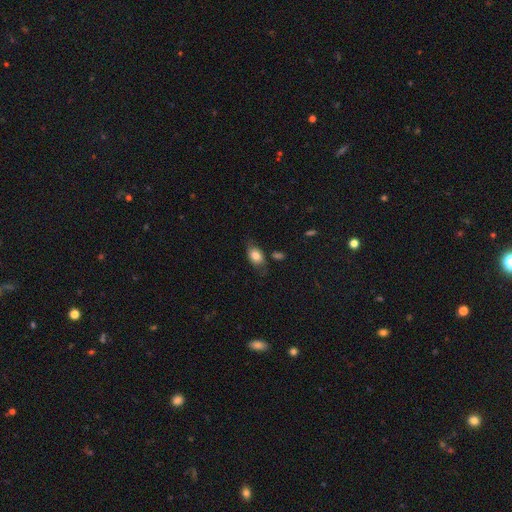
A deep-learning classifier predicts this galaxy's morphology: A smooth galaxy with no disk features (79%) that is in between round and cigar-shaped (83%).

Vote fractions:
- Smooth or featured? smooth: 79% / featured or disk: 14% / star or artifact: 8%
- How rounded? in between: 83% / round: 14% / cigar-shaped: 3%
- Merging? none: 68% / minor disturbance: 22% / major disturbance: 6% / merger: 4%